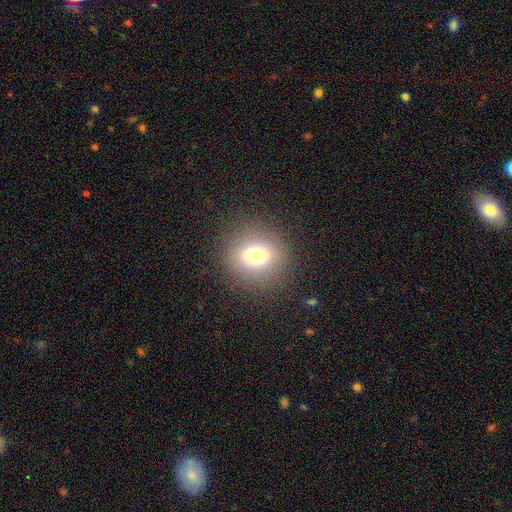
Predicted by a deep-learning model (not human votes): Smooth or featured? Predicted: smooth (p=0.73). How rounded? Predicted: round (p=0.83). Merging? Predicted: none (p=0.88).